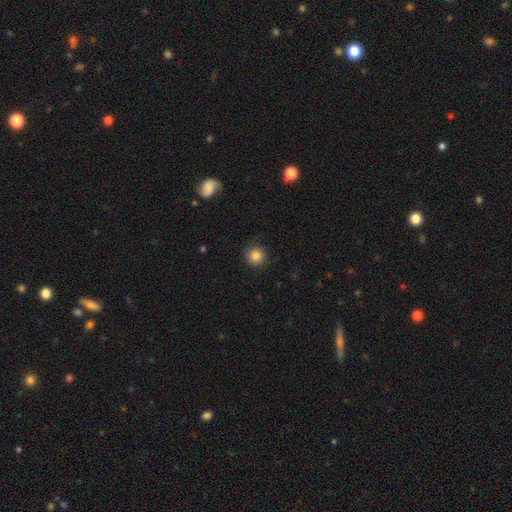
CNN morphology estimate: Smooth or featured: smooth — 85% (star or artifact — 10%)
How rounded: round — 94% (in between — 5%)
Merging: none — 81% (minor disturbance — 14%)